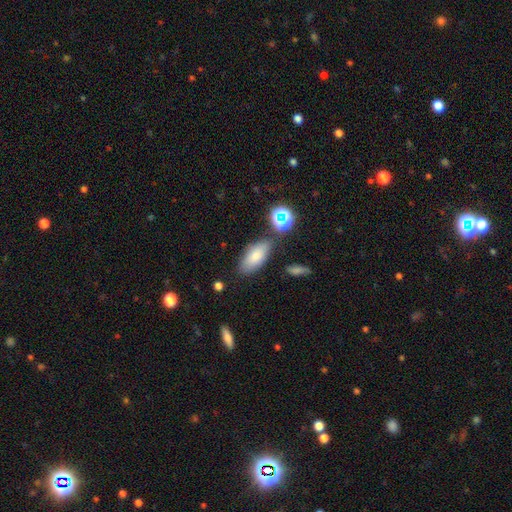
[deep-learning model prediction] Smooth or featured? Predicted: smooth (p=0.78). How rounded? Predicted: in between (p=0.87). Merging? Predicted: none (p=0.74).